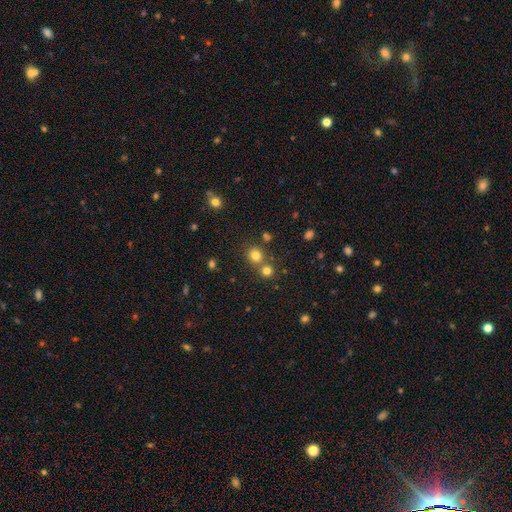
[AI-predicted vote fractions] Smooth or featured?
  - smooth: 77% *
  - star or artifact: 16%
  - featured or disk: 6%
How rounded?
  - round: 86% *
  - in between: 13%
  - cigar-shaped: 1%
Merging?
  - none: 66% *
  - merger: 25%
  - minor disturbance: 7%
  - major disturbance: 3%